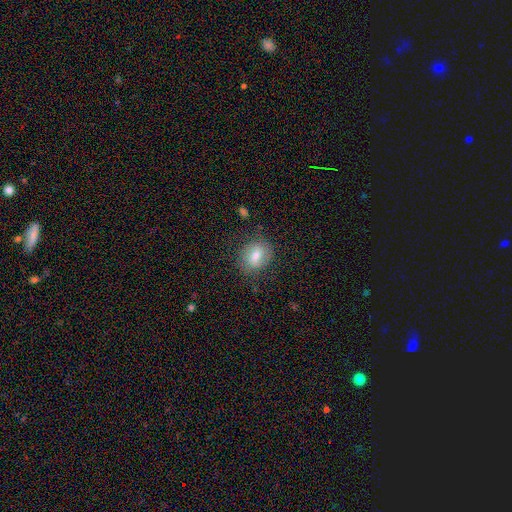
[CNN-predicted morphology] Smooth or featured? smooth (71%)
How rounded? in between (50%)
Merging? none (78%)